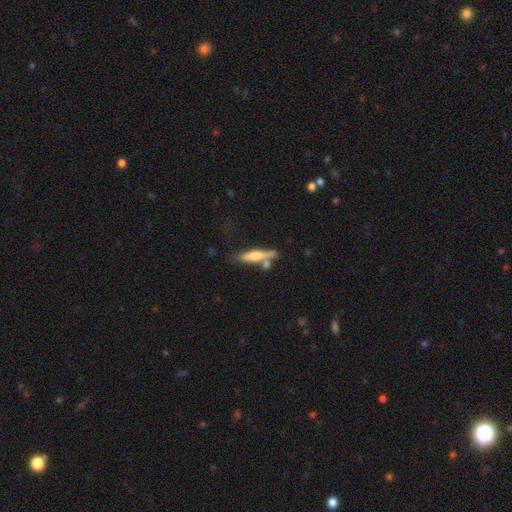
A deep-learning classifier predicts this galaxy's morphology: A smooth galaxy with no disk features (57%) that is cigar-shaped (79%).

Vote fractions:
- Smooth or featured? smooth: 57% / featured or disk: 36% / star or artifact: 7%
- How rounded? cigar-shaped: 79% / in between: 19% / round: 2%
- Merging? none: 53% / merger: 23% / minor disturbance: 17% / major disturbance: 6%